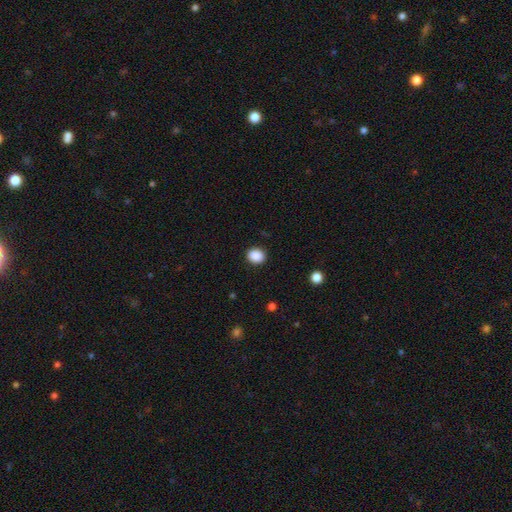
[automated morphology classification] This appears to be a smooth galaxy with no disk features (89%) that is round (70%). Merging: none (90%).